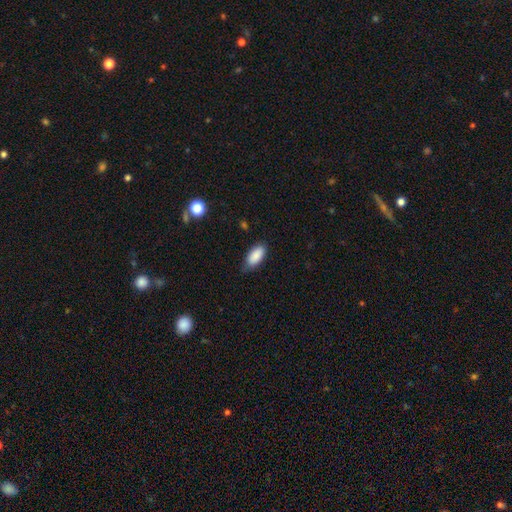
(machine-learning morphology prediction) A smooth galaxy with no disk features (88%) that is in between round and cigar-shaped (91%). Merging: none (74%).